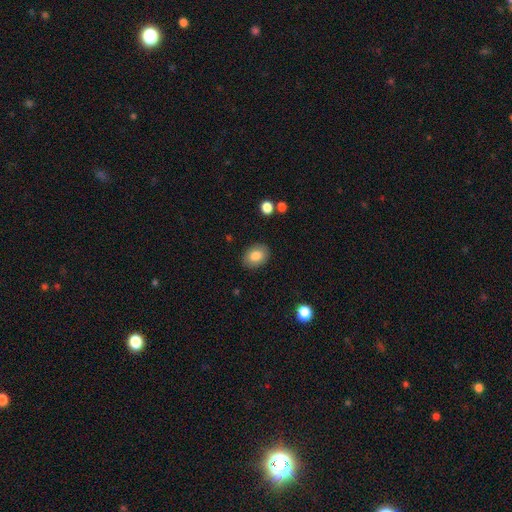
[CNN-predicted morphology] smooth 83%, featured or disk 9%, star or artifact 8%. Down the decision tree: how rounded — in between (70%); merging — none (87%).